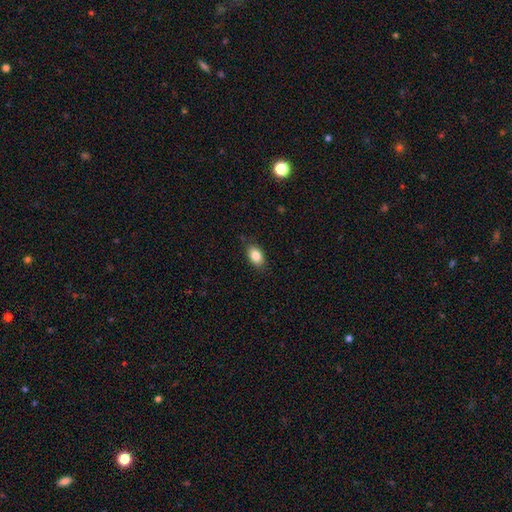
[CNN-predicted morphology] The model was most divided on "merging": none: 83%, minor disturbance: 13%, major disturbance: 3%, merger: 1%. More confident: how rounded — in between (89%); smooth or featured — smooth (85%).